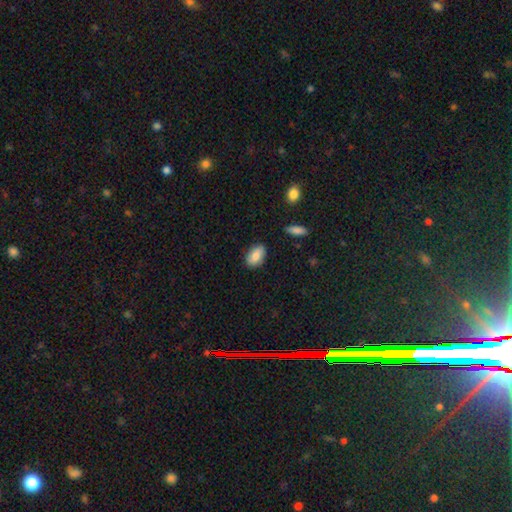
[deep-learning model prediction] A smooth galaxy with no disk features (83%) that is in between round and cigar-shaped (91%). Merging: none (83%).